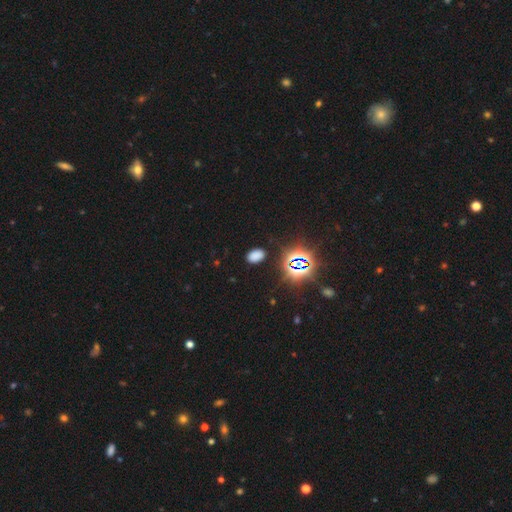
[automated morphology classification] This is likely a smooth galaxy (67%). How rounded: clearly in between (87%). Merging: clearly none (85%).